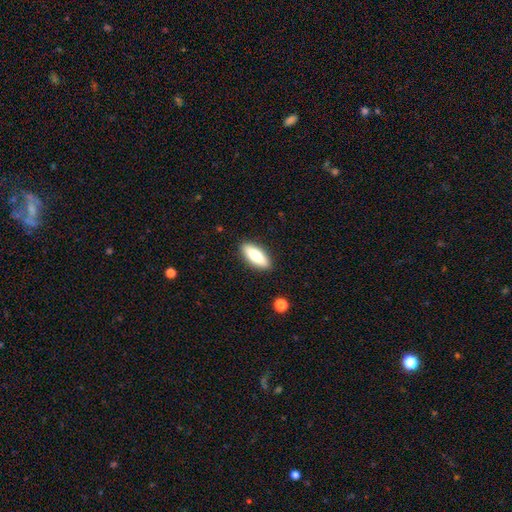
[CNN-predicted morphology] smooth 74%, featured or disk 20%, star or artifact 6%. Down the decision tree: how rounded — in between (73%); merging — none (89%).